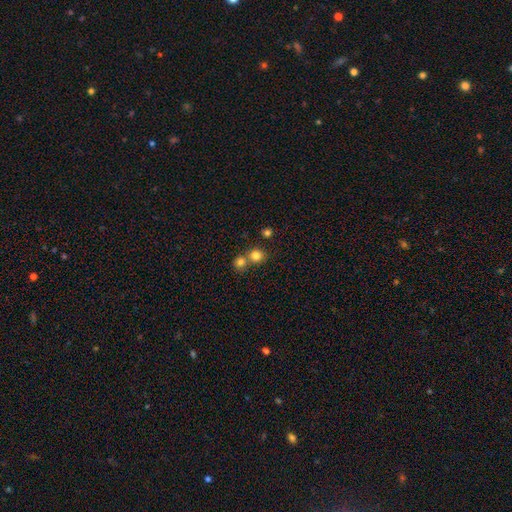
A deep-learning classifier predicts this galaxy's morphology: type=smooth (80%); roundness=round (87%); merging=none (54%).